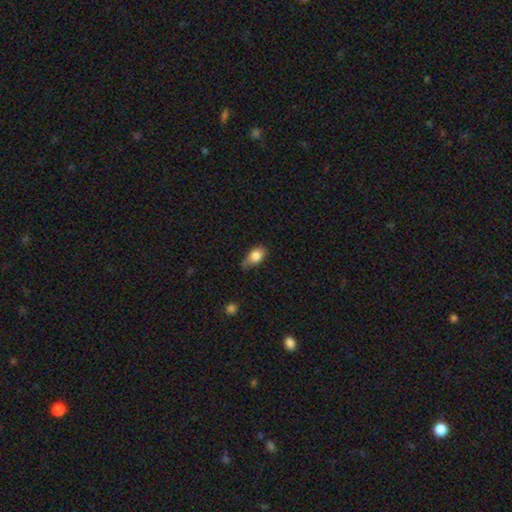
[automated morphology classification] smooth_or_featured: smooth (p=0.81) [alt: featured or disk p=0.11]
how_rounded: in between (p=0.81) [alt: round p=0.16]
merging: none (p=0.47) [alt: minor disturbance p=0.41]